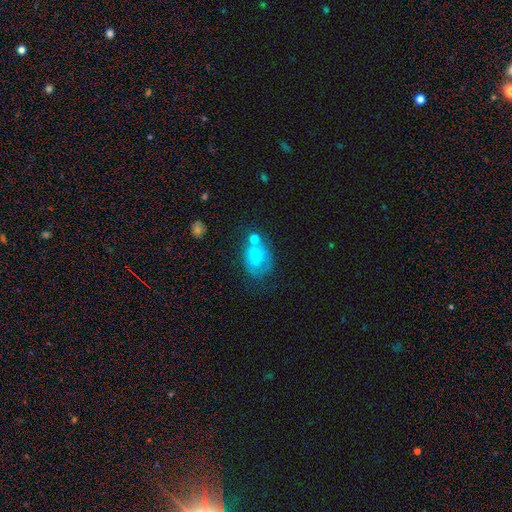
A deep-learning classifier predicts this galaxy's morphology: Smooth or featured?
  - smooth: 57% *
  - featured or disk: 31%
  - star or artifact: 11%
How rounded?
  - in between: 70% *
  - round: 28%
  - cigar-shaped: 2%
Merging?
  - none: 38% *
  - minor disturbance: 26%
  - major disturbance: 20%
  - merger: 16%